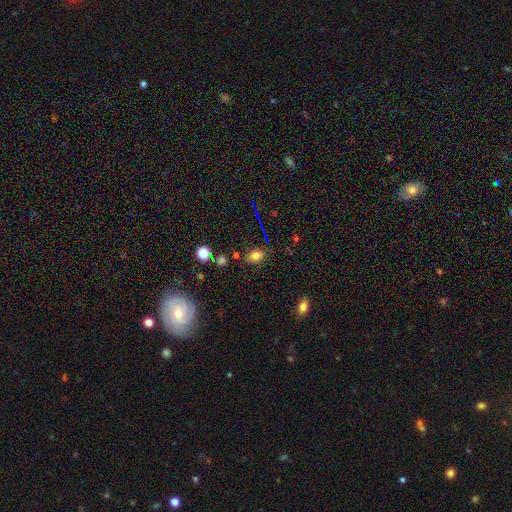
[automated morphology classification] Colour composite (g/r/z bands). It shows a smooth galaxy with no disk features (78%) that is in between round and cigar-shaped (78%). Merging: none (77%).